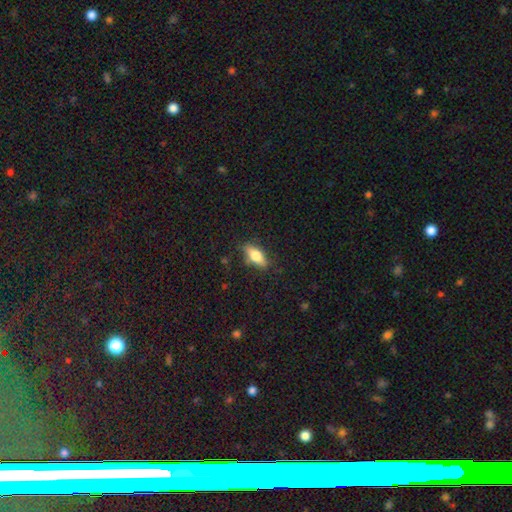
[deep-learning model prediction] A smooth galaxy with no disk features (71%) that is in between round and cigar-shaped (75%). Merging: none (79%).